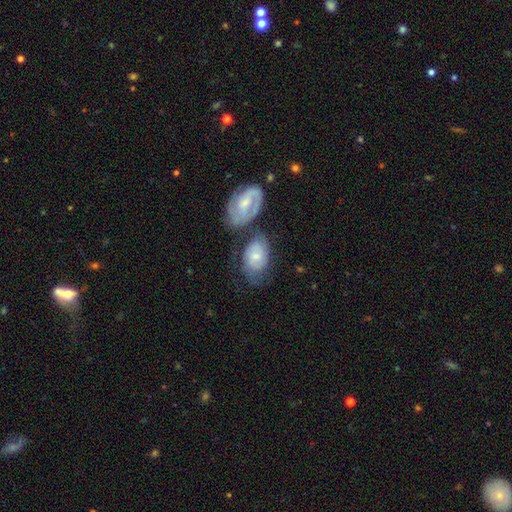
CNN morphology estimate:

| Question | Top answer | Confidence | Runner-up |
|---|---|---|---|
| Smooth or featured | featured or disk | 55% | smooth (39%) |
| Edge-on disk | no | 94% | yes (6%) |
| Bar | no | 66% | weak (29%) |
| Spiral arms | yes | 87% | no (13%) |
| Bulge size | small | 59% | moderate (34%) |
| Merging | none | 42% | merger (28%) |